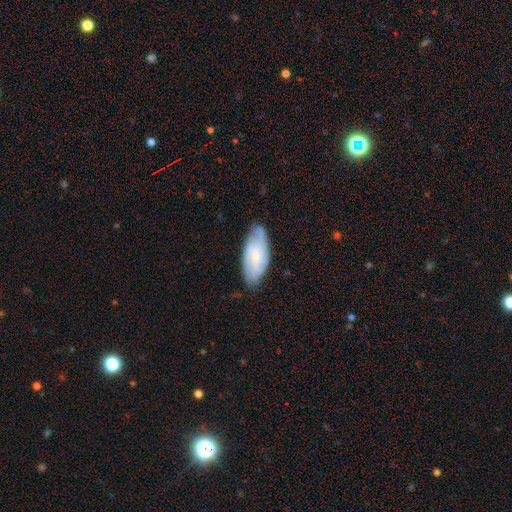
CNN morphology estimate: This is possibly a featured or disk galaxy (59%). It is clearly not viewed edge-on (90%). Bar: possibly no (57%). Spiral arm pattern: clearly yes (86%). Central bulge: likely small (70%). Merging: likely none (71%).